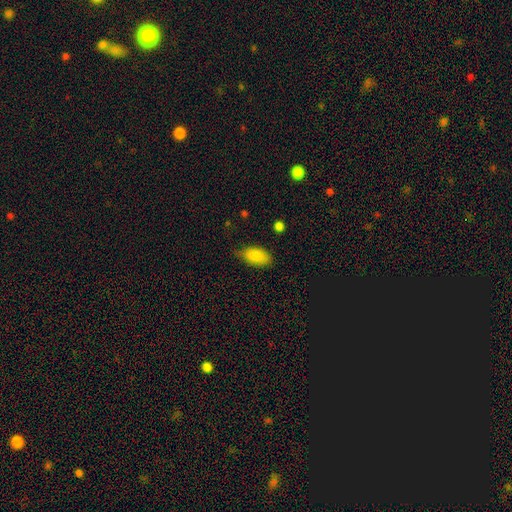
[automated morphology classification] type=smooth (87%); roundness=in between (93%); merging=none (67%).